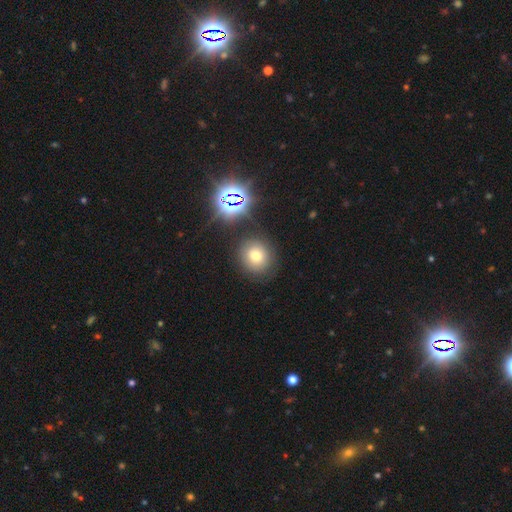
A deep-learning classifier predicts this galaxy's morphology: The model was most divided on "smooth or featured": smooth: 67%, star or artifact: 20%, featured or disk: 13%. More confident: merging — none (82%); how rounded — round (82%).